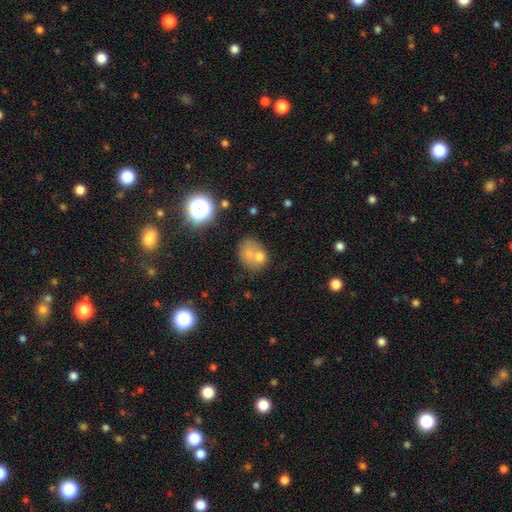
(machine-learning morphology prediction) smooth-or-featured: smooth: 65% | featured or disk: 22% | star or artifact: 13%
  how-rounded: round: 49% (tied) | in between: 49% (tied) | cigar-shaped: 1%
  merging: merger: 43% | none: 34% | minor disturbance: 14% | major disturbance: 9%